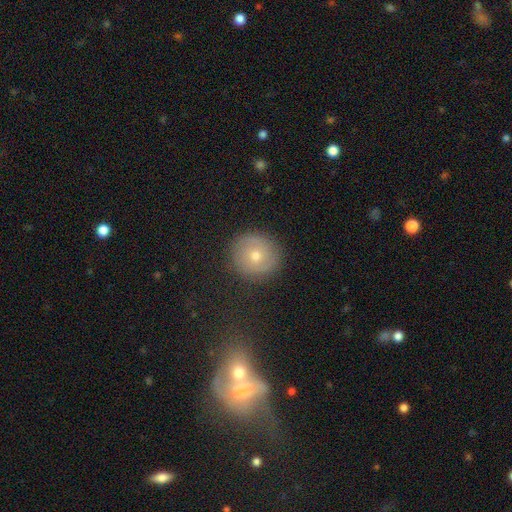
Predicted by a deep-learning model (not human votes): This is possibly a smooth galaxy (51%). How rounded: clearly round (91%). Merging: clearly none (87%).